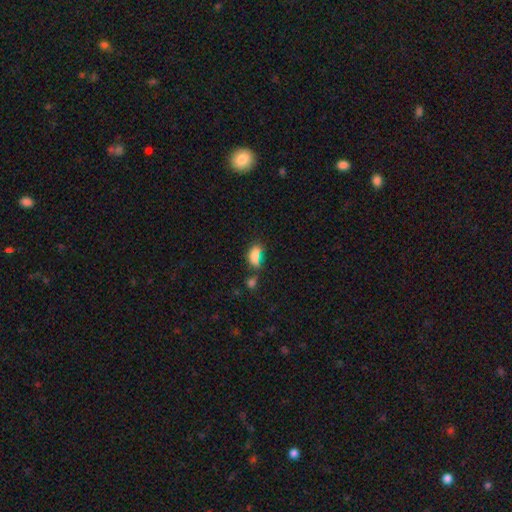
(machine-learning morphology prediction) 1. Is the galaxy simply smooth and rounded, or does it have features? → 77% smooth, 13% star or artifact, 10% featured or disk.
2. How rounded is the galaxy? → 85% in between, 11% round, 4% cigar-shaped.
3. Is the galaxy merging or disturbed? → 41% none, 24% minor disturbance, 22% merger, 13% major disturbance.